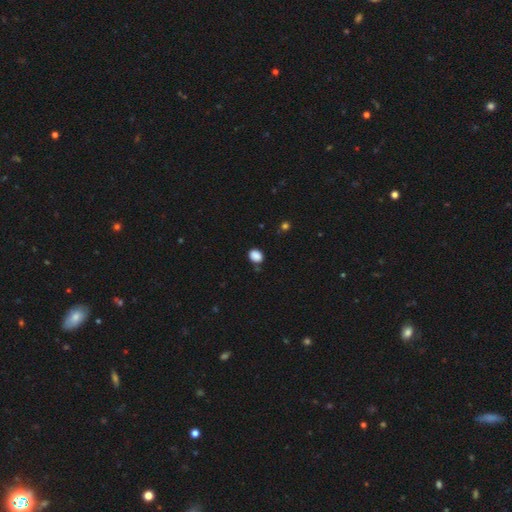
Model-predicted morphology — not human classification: Smooth or featured? smooth (86%)
How rounded? in between (50%)
Merging? none (80%)